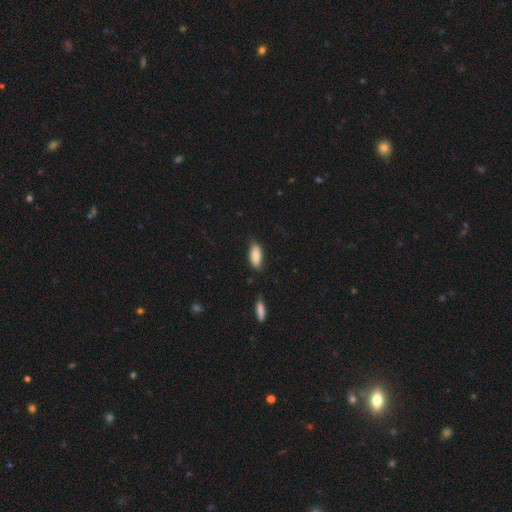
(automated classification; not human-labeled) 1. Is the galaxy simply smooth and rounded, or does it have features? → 85% smooth, 8% featured or disk, 7% star or artifact.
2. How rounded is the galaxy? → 82% in between, 16% cigar-shaped, 2% round.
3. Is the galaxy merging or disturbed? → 79% none, 15% minor disturbance, 3% major disturbance, 2% merger.